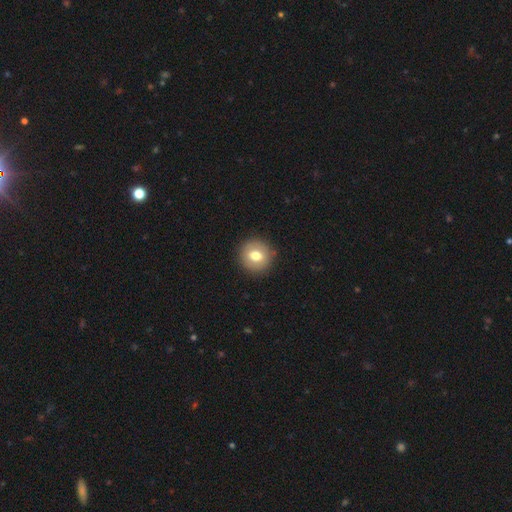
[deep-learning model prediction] Overall: smooth (71%). How rounded: round (90%). Merging: none (90%).